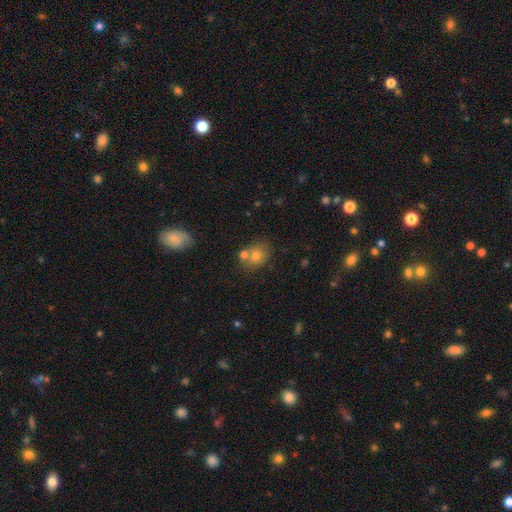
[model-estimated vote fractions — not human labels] Q: Smooth or featured?
A: smooth (73%); runner-up: featured or disk (14%)
Q: How rounded?
A: round (64%); runner-up: in between (35%)
Q: Merging?
A: none (57%); runner-up: merger (27%)